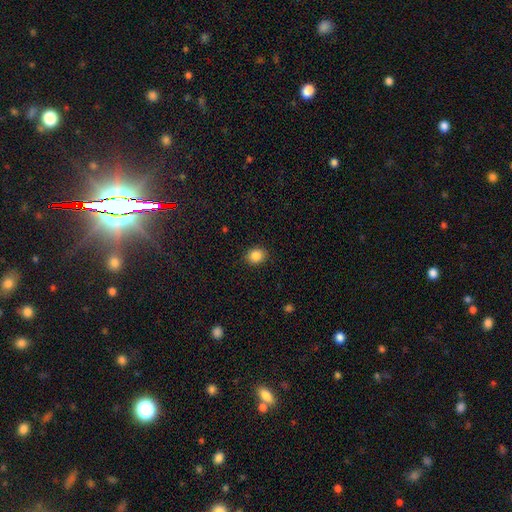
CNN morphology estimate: This is clearly a smooth galaxy (87%). How rounded: likely round (66%). Merging: clearly none (89%).